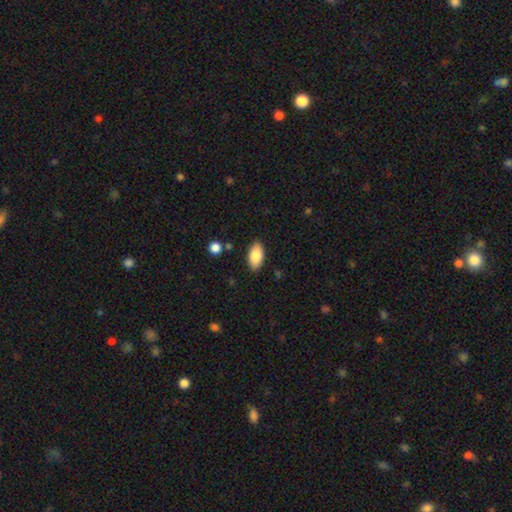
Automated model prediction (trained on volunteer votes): This is clearly a smooth galaxy (85%). How rounded: clearly in between (93%). Merging: clearly none (87%).